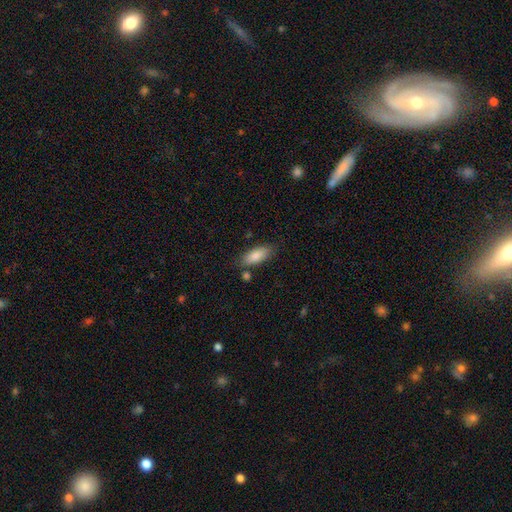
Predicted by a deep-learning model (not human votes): This is clearly a smooth galaxy (85%). How rounded: likely in between (78%). Merging: likely none (76%).